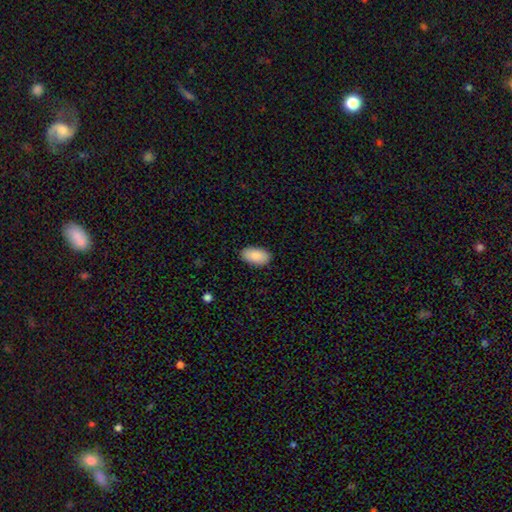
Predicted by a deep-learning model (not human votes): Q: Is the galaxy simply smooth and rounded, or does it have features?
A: smooth — 89%.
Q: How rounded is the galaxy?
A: in between — 96%.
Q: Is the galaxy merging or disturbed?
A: none — 89%.